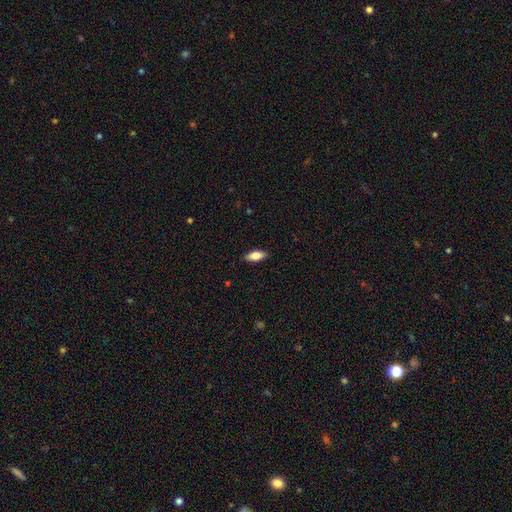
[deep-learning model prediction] A smooth galaxy with no disk features (78%) that is in between round and cigar-shaped (81%).

Vote fractions:
- Smooth or featured? smooth: 78% / featured or disk: 15% / star or artifact: 7%
- How rounded? in between: 81% / cigar-shaped: 17% / round: 2%
- Merging? none: 87% / minor disturbance: 10% / major disturbance: 2% / merger: 1%